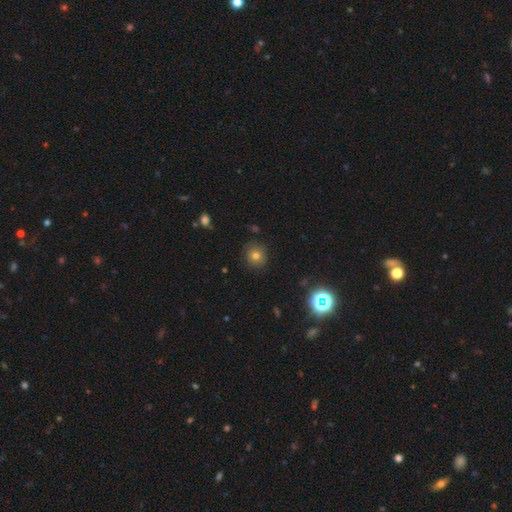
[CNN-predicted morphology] A smooth galaxy with no disk features (71%) that is round (88%).

Vote fractions:
- Smooth or featured? smooth: 71% / star or artifact: 18% / featured or disk: 12%
- How rounded? round: 88% / in between: 12% / cigar-shaped: 1%
- Merging? none: 86% / minor disturbance: 10% / major disturbance: 3% / merger: 1%